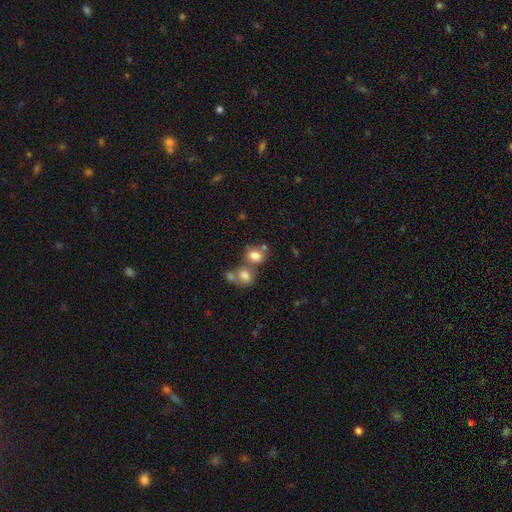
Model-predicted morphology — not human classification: smooth-or-featured: smooth: 77% | featured or disk: 11% | star or artifact: 11%
  how-rounded: in between: 52% | round: 47% | cigar-shaped: 1%
  merging: merger: 44% | none: 40% | minor disturbance: 11% | major disturbance: 6%